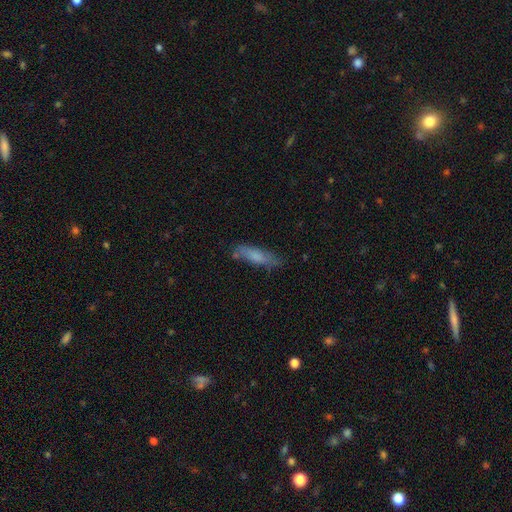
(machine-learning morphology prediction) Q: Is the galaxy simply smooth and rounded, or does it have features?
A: smooth — 71%.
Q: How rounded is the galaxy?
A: cigar-shaped — 63%.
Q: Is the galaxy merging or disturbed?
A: none — 66%.